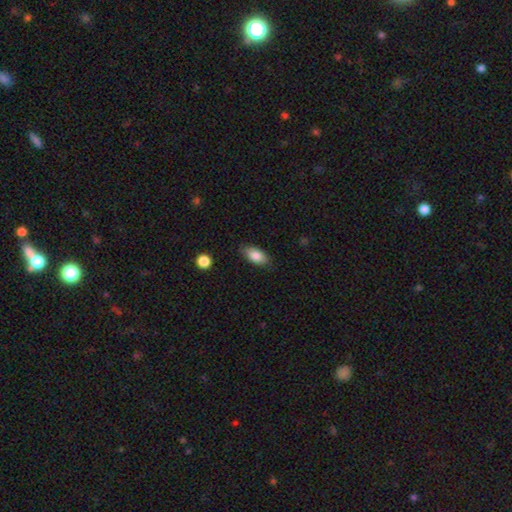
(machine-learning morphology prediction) Smooth or featured? smooth (84%)
How rounded? in between (90%)
Merging? none (83%)